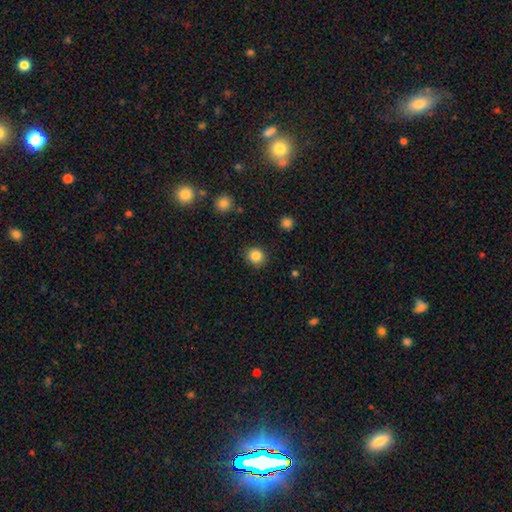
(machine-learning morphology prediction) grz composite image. It shows a smooth galaxy with no disk features (85%) that is round (84%). Merging: none (87%).